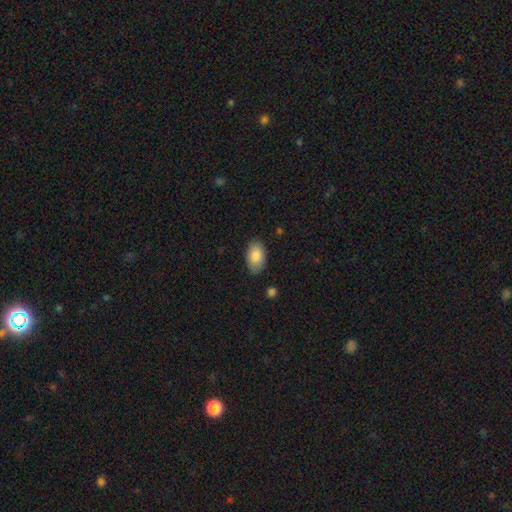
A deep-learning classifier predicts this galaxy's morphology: smooth 85%, featured or disk 8%, star or artifact 7%. Down the decision tree: how rounded — in between (93%); merging — none (85%).